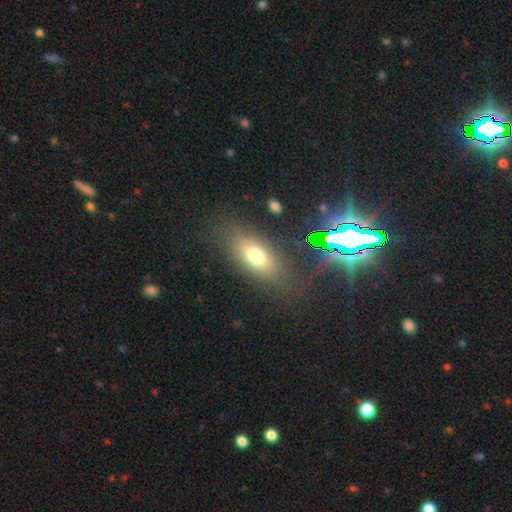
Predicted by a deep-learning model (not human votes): smooth 69%, featured or disk 18%, star or artifact 13%. Down the decision tree: how rounded — in between (81%); merging — none (76%).